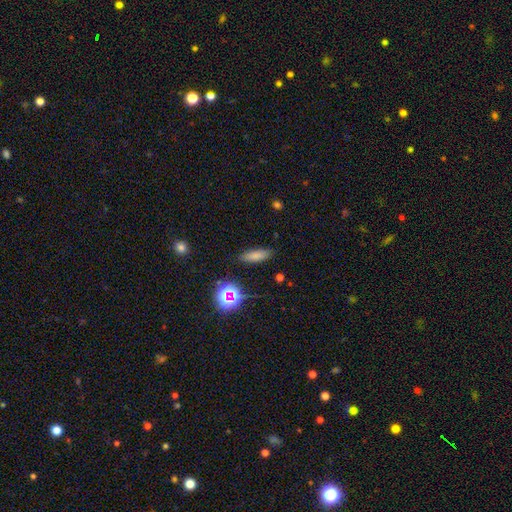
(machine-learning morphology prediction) This appears to be a smooth galaxy with no disk features (75%) that is in between round and cigar-shaped (48%). Merging: none (85%).